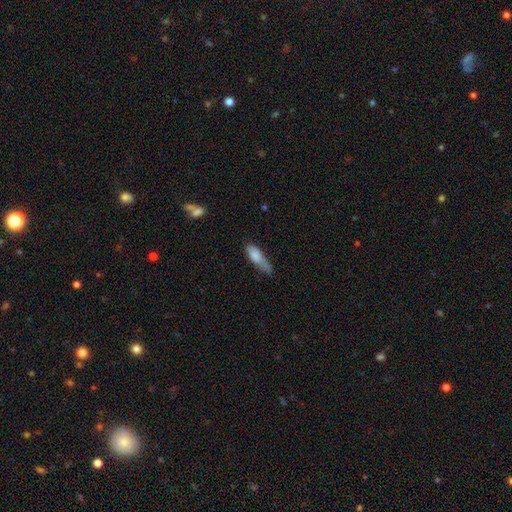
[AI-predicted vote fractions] The model was most divided on "how rounded" (2-way tie): cigar-shaped: 49%, in between: 49%, round: 2%. Remaining: smooth or featured — smooth (79%); merging — minor disturbance (40%).